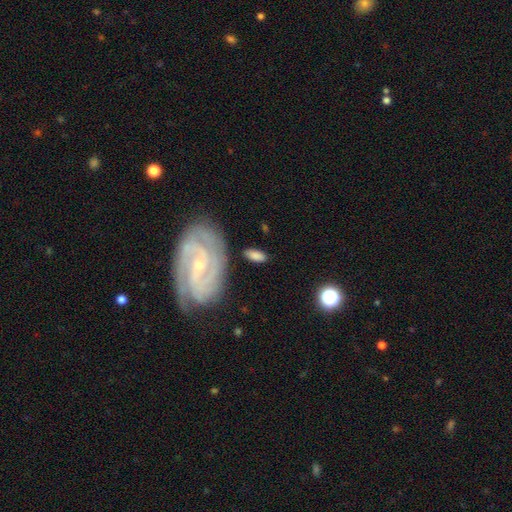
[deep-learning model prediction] Smooth or featured? smooth (65%)
How rounded? in between (87%)
Merging? none (77%)